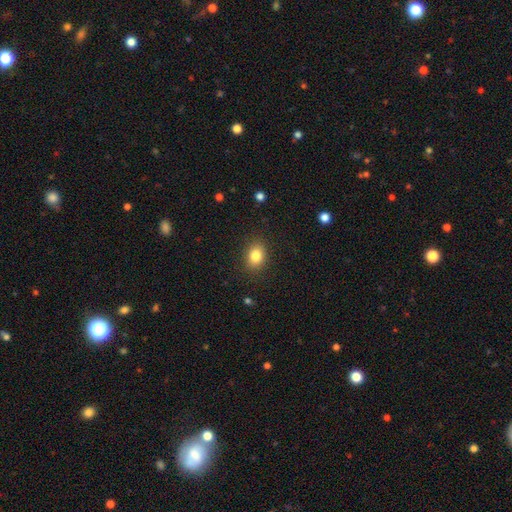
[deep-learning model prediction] Smooth or featured?
  - smooth: 83% *
  - star or artifact: 10%
  - featured or disk: 7%
How rounded?
  - in between: 62% *
  - round: 36%
  - cigar-shaped: 1%
Merging?
  - none: 87% *
  - minor disturbance: 9%
  - major disturbance: 3%
  - merger: 1%